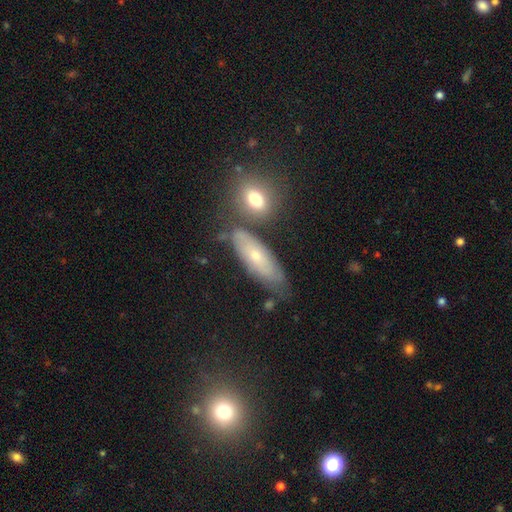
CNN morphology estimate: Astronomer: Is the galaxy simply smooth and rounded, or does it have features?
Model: smooth — 51% (runner-up: featured or disk, 40%).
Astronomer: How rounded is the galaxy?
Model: in between — 67%.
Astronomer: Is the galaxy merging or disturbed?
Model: none — 64%.